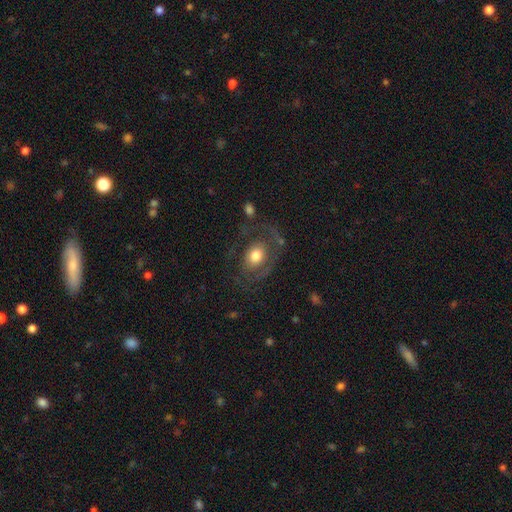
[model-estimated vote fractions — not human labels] A featured or disk galaxy (51%). Merging: none (52%).